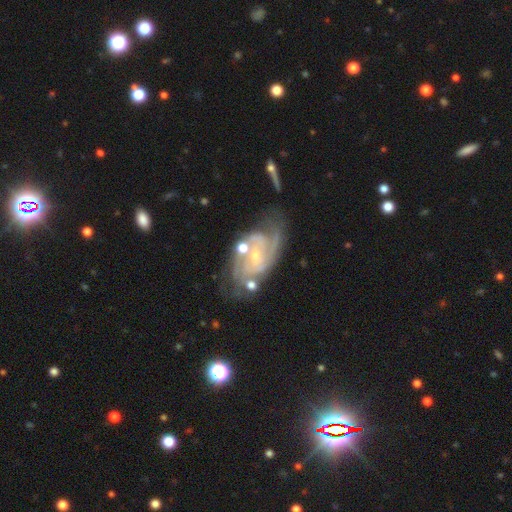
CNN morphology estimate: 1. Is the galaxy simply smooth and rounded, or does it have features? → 86% featured or disk, 7% smooth, 6% star or artifact.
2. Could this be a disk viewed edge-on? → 97% no, 3% yes.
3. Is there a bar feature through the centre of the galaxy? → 60% no, 33% weak, 8% strong.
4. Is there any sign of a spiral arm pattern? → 96% yes, 4% no.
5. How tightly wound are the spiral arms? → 53% tight, 37% medium, 10% loose.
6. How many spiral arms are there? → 38% 2, 25% can't tell, 19% 3, 8% 4, 5% 1, 5% more than 4.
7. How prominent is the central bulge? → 74% small, 19% moderate, 4% none, 1% large, 1% dominant.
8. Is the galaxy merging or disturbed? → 54% none, 22% minor disturbance, 13% major disturbance, 11% merger.